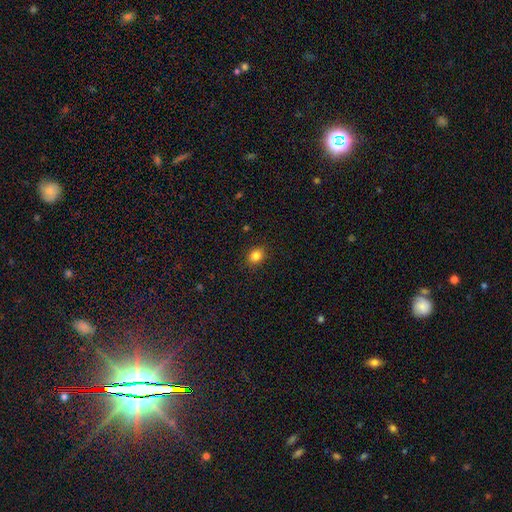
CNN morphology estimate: A smooth galaxy with no disk features (84%) that is round (56%). Merging: none (90%).